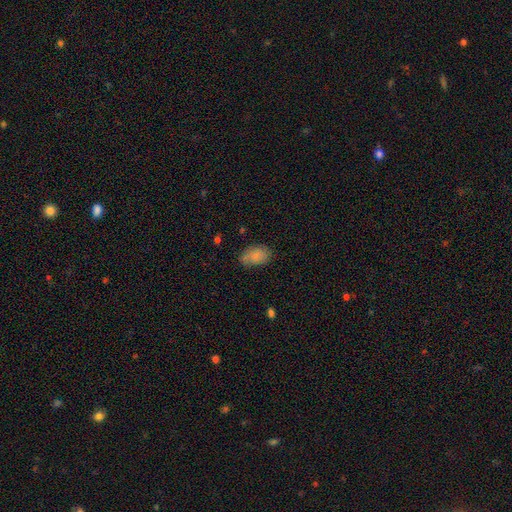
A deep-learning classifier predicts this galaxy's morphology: smooth 81%, featured or disk 11%, star or artifact 8%. Down the decision tree: how rounded — in between (89%); merging — none (66%).